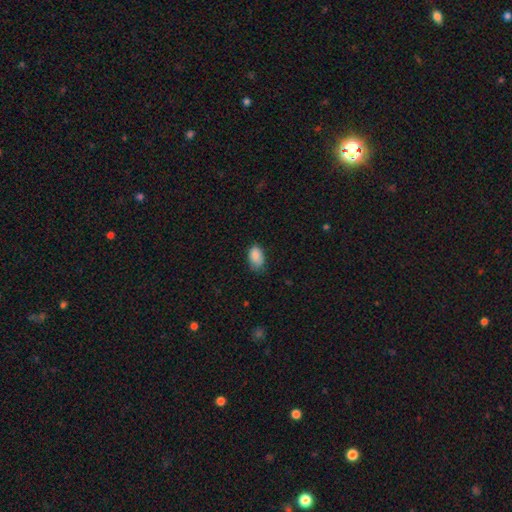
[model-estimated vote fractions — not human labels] A smooth galaxy with no disk features (87%) that is in between round and cigar-shaped (90%).

Vote fractions:
- Smooth or featured? smooth: 87% / star or artifact: 8% / featured or disk: 5%
- How rounded? in between: 90% / round: 9% / cigar-shaped: 1%
- Merging? none: 63% / minor disturbance: 30% / major disturbance: 5% / merger: 1%